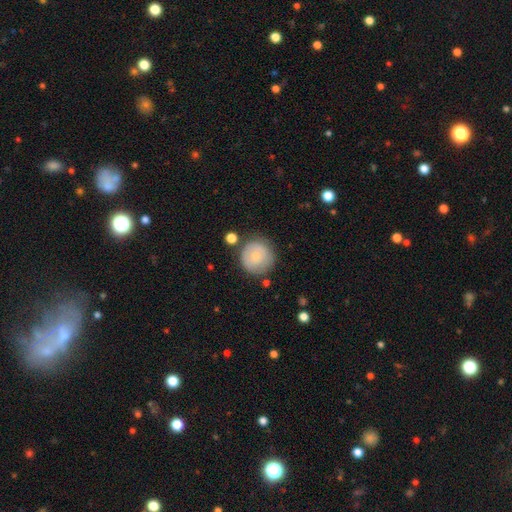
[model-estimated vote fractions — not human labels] This appears to be a smooth galaxy with no disk features (69%) that is round (94%). Merging: none (75%).